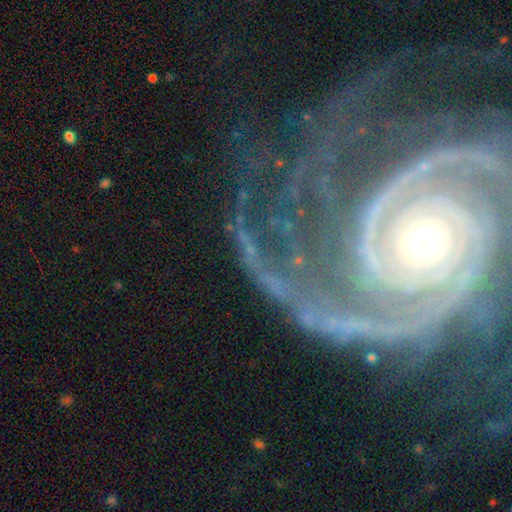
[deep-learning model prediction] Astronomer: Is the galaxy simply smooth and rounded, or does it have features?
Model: featured or disk — 92%.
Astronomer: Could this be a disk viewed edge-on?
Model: no — 97%.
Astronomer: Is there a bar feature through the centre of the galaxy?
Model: no — 70%.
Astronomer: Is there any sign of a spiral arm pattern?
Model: yes — 98%.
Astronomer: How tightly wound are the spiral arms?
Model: tight — 67%.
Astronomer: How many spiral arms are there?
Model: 2 — 42% (runner-up: 3, 18%).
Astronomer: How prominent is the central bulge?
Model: moderate — 50% (runner-up: small, 43%).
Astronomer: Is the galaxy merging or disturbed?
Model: none — 62%.